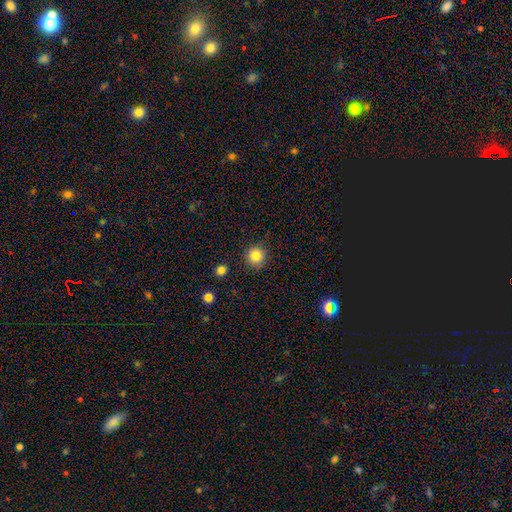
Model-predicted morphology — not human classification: Smooth or featured?
  - smooth: 85% *
  - star or artifact: 11%
  - featured or disk: 5%
How rounded?
  - round: 94% *
  - in between: 5%
  - cigar-shaped: 1%
Merging?
  - none: 87% *
  - minor disturbance: 9%
  - major disturbance: 2%
  - merger: 2%